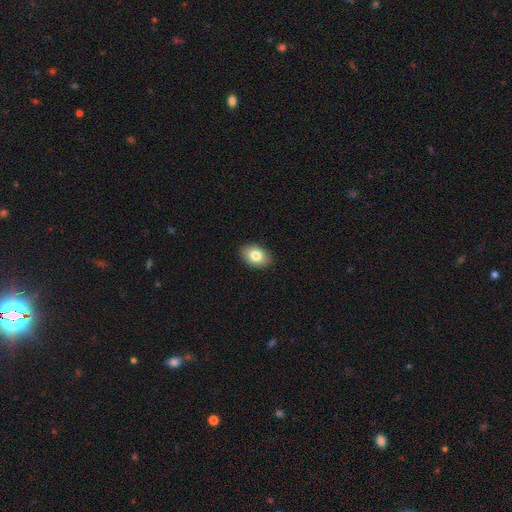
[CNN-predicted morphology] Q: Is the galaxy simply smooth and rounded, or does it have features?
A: smooth — 81%.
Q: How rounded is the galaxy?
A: in between — 84%.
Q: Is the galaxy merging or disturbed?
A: none — 90%.